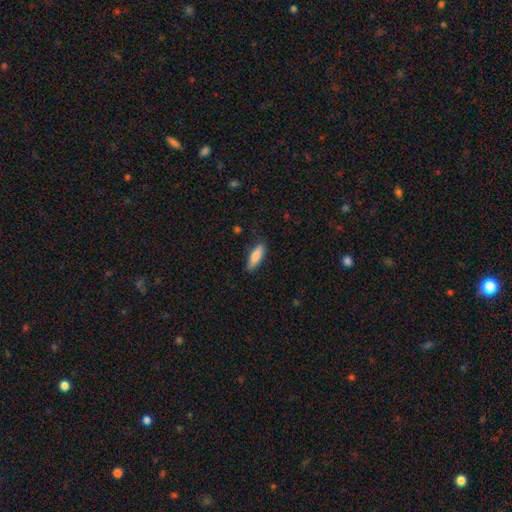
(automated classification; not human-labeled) This appears to be a smooth galaxy with no disk features (81%) that is in between round and cigar-shaped (52%). Merging: none (84%).